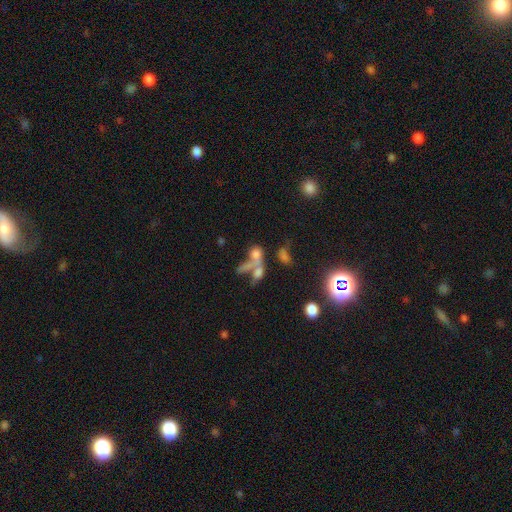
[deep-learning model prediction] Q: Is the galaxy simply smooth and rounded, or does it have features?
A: smooth — 55%.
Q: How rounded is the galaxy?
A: in between — 53%.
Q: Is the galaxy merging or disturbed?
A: merger — 54%.